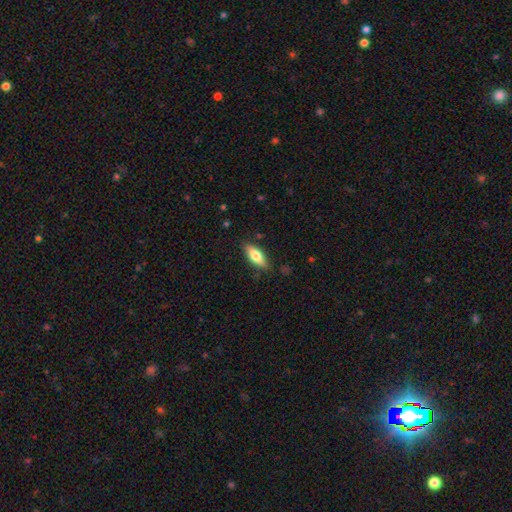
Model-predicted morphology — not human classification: smooth 70%, featured or disk 23%, star or artifact 6%. Down the decision tree: how rounded — in between (74%); merging — none (84%).